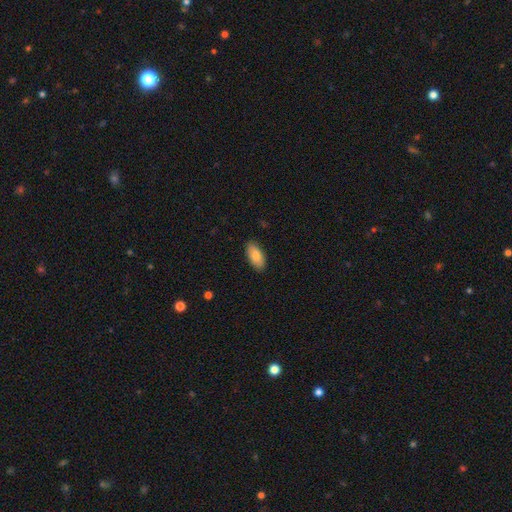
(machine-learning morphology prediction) Smooth or featured? Predicted: smooth (p=0.86). How rounded? Predicted: in between (p=0.91). Merging? Predicted: none (p=0.87).